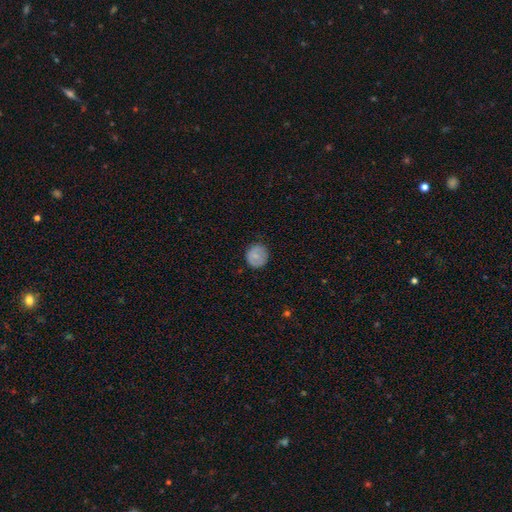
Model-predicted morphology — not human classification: A smooth galaxy with no disk features (74%) that is round (88%).

Vote fractions:
- Smooth or featured? smooth: 74% / featured or disk: 18% / star or artifact: 8%
- How rounded? round: 88% / in between: 11% / cigar-shaped: 1%
- Merging? none: 84% / minor disturbance: 12% / major disturbance: 3% / merger: 1%